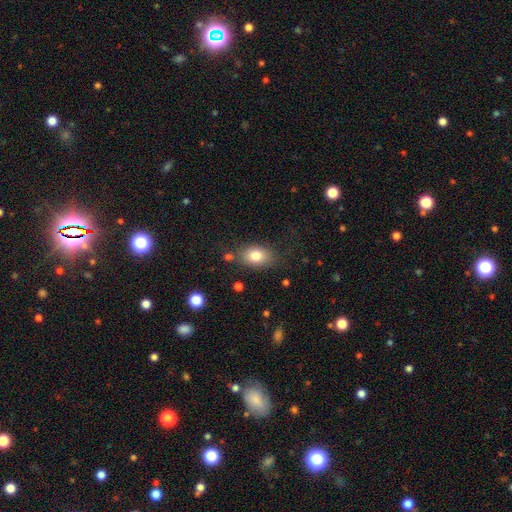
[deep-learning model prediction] This is likely a smooth galaxy (80%). How rounded: clearly in between (80%). Merging: likely none (76%).